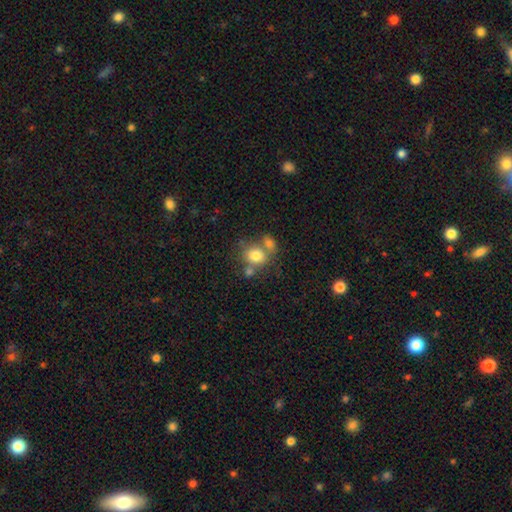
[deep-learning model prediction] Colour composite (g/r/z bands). It shows a smooth galaxy with no disk features (77%) that is round (67%). Merging: none (45%).